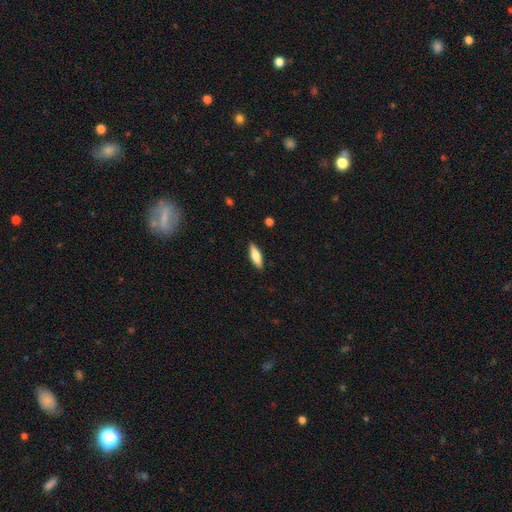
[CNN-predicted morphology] smooth-or-featured: smooth: 75% | featured or disk: 19% | star or artifact: 6%
  how-rounded: cigar-shaped: 50% | in between: 49% | round: 2%
  merging: none: 88% | minor disturbance: 9% | major disturbance: 2% | merger: 1%